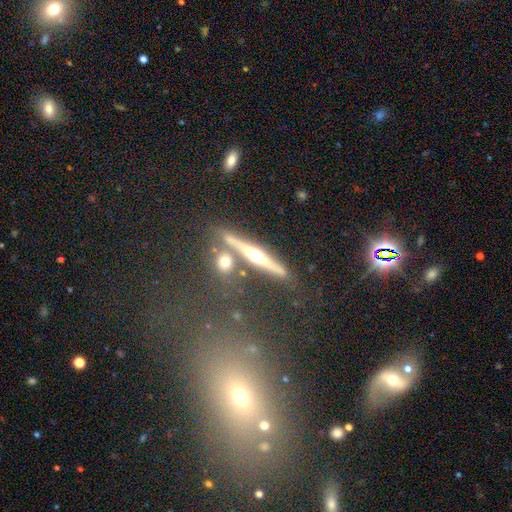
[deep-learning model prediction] Smooth or featured: featured or disk — 62% (smooth — 25%)
Edge-on disk: yes — 92% (no — 8%)
Edge-on bulge: rounded — 89% (none — 6%)
Merging: none — 77% (merger — 10%)